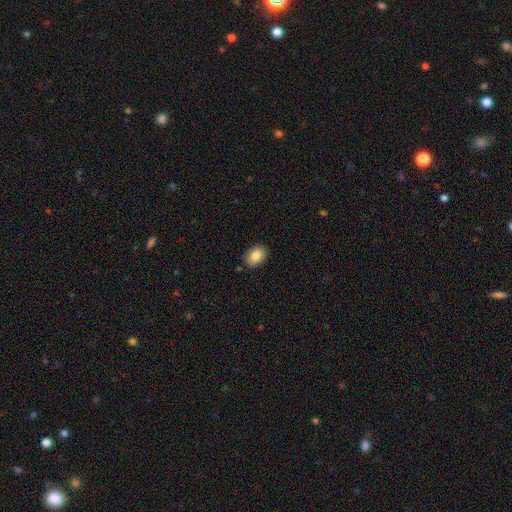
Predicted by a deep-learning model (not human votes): A smooth galaxy with no disk features (86%) that is in between round and cigar-shaped (81%). Merging: none (85%).